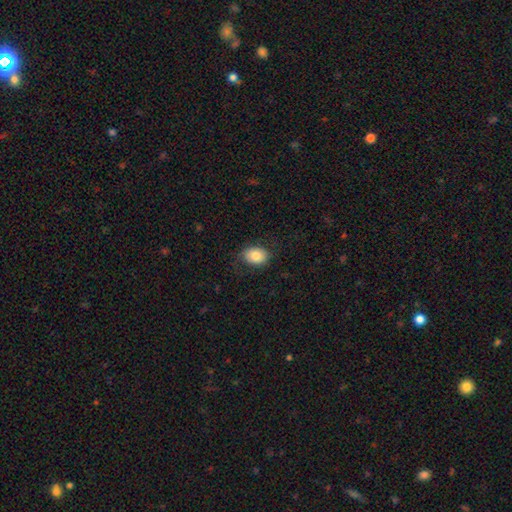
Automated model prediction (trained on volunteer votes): A smooth galaxy with no disk features (81%) that is in between round and cigar-shaped (68%).

Vote fractions:
- Smooth or featured? smooth: 81% / featured or disk: 11% / star or artifact: 8%
- How rounded? in between: 68% / round: 31% / cigar-shaped: 1%
- Merging? none: 77% / minor disturbance: 16% / major disturbance: 6% / merger: 1%